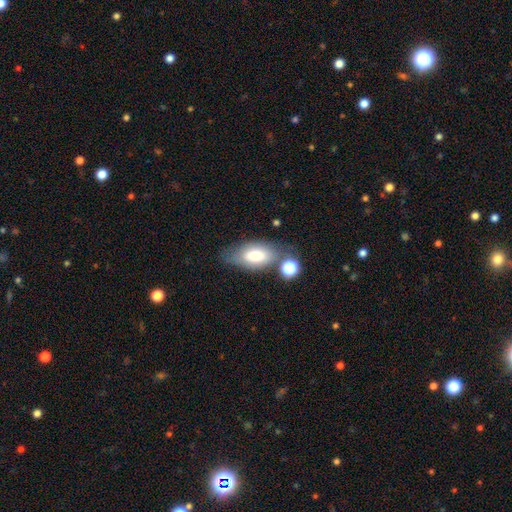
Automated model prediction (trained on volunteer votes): Morphology: type=smooth (74%); roundness=in between (89%); merging=none (59%).